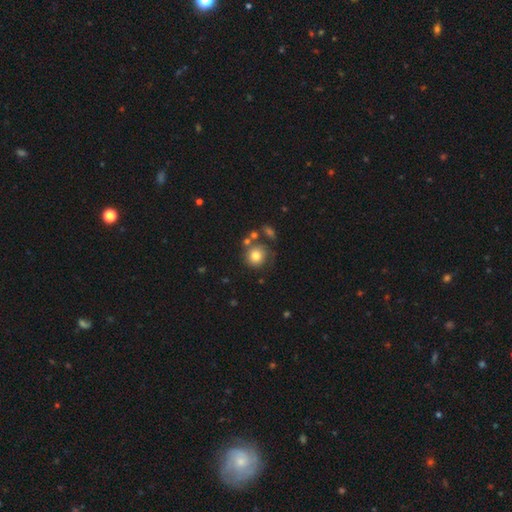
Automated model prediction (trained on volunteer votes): smooth 77%, featured or disk 14%, star or artifact 10%. Down the decision tree: how rounded — round (89%); merging — none (62%).